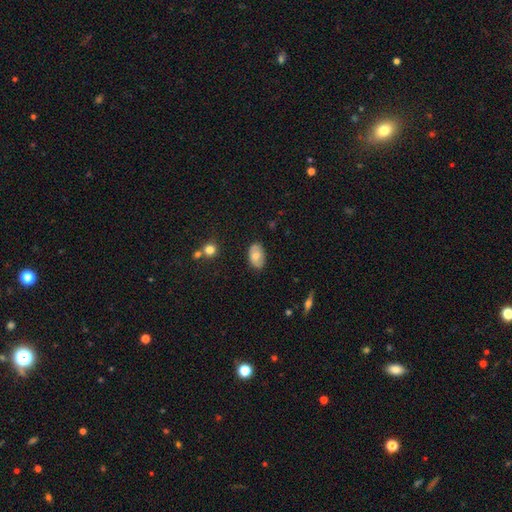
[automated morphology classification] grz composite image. It shows a smooth galaxy with no disk features (70%) that is in between round and cigar-shaped (90%). Merging: none (78%).